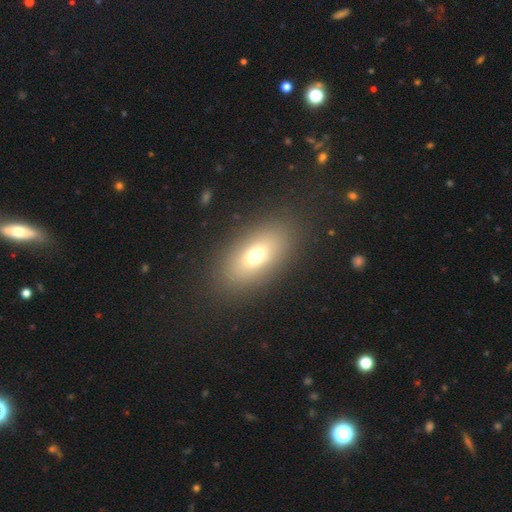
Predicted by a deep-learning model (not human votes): Q: Smooth or featured?
A: smooth (70%); runner-up: featured or disk (19%)
Q: How rounded?
A: in between (86%); runner-up: round (8%)
Q: Merging?
A: none (86%); runner-up: minor disturbance (9%)